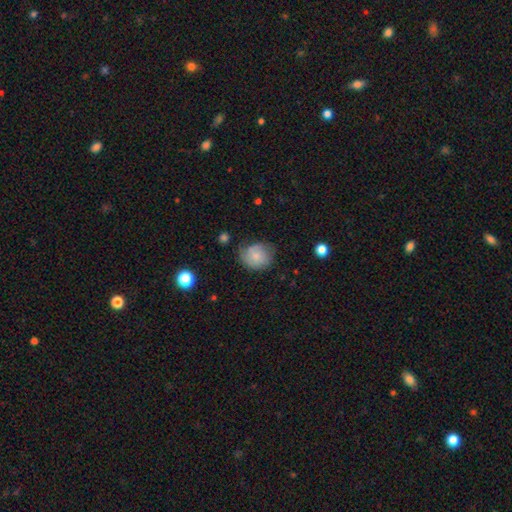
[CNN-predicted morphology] type=smooth (62%); roundness=round (69%); merging=none (56%).